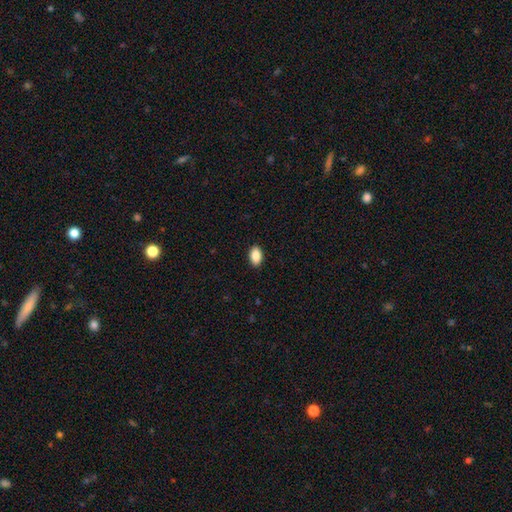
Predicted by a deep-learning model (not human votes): Smooth or featured? Predicted: smooth (p=0.89). How rounded? Predicted: in between (p=0.92). Merging? Predicted: none (p=0.90).